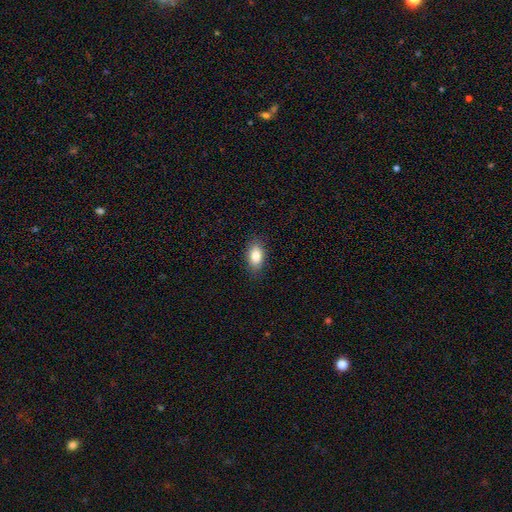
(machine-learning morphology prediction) Smooth or featured?
  - smooth: 84% *
  - featured or disk: 8%
  - star or artifact: 8%
How rounded?
  - in between: 89% *
  - round: 7%
  - cigar-shaped: 4%
Merging?
  - none: 86% *
  - minor disturbance: 11%
  - major disturbance: 3%
  - merger: 1%